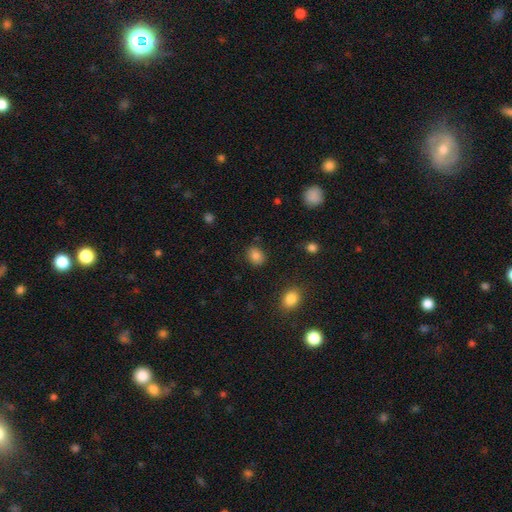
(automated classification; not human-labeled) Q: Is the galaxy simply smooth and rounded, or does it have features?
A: smooth — 85%.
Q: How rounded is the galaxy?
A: in between — 50%.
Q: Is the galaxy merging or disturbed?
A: none — 85%.